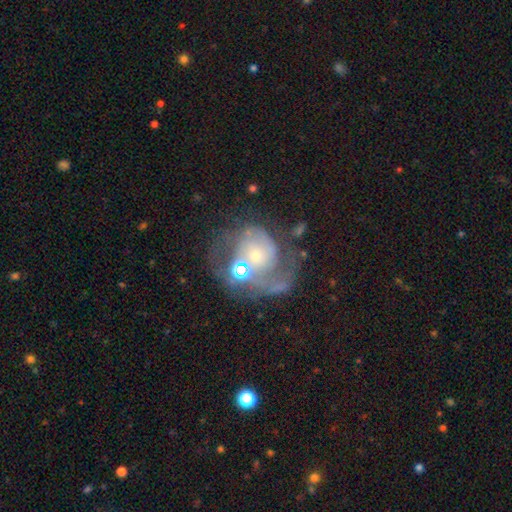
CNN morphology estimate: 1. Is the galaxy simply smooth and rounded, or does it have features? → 76% featured or disk, 15% smooth, 8% star or artifact.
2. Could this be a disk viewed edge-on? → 98% no, 2% yes.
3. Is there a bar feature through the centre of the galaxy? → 76% no, 20% weak, 4% strong.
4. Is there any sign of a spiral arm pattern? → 85% yes, 15% no.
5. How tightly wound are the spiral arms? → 42% medium, 36% tight, 23% loose.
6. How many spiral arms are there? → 50% 2, 20% 1, 19% can't tell, 6% 3, 2% 4, 2% more than 4.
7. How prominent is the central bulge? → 62% small, 30% moderate, 4% none, 3% large, 1% dominant.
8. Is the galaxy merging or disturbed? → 37% none, 25% major disturbance, 20% merger, 17% minor disturbance.